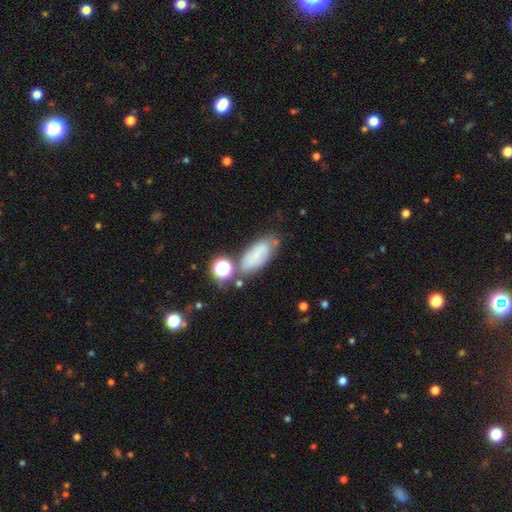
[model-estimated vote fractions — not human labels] This appears to be a smooth galaxy with no disk features (58%) that is in between round and cigar-shaped (79%). Merging: none (55%).